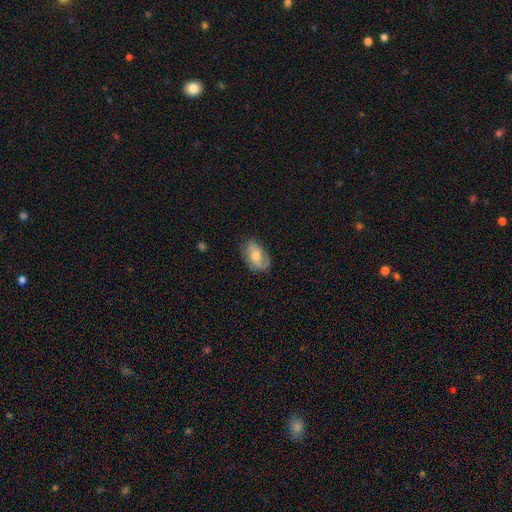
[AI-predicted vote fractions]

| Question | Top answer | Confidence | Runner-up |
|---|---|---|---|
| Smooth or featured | smooth | 47% | featured or disk (45%) |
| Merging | none | 65% | minor disturbance (25%) |